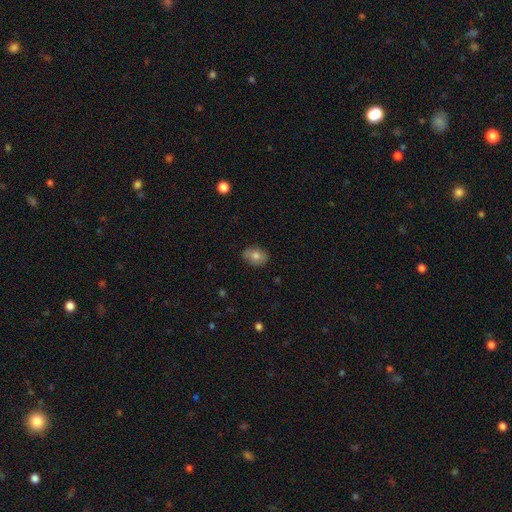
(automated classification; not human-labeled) smooth 77%, featured or disk 15%, star or artifact 8%. Down the decision tree: how rounded — in between (74%); merging — none (82%).